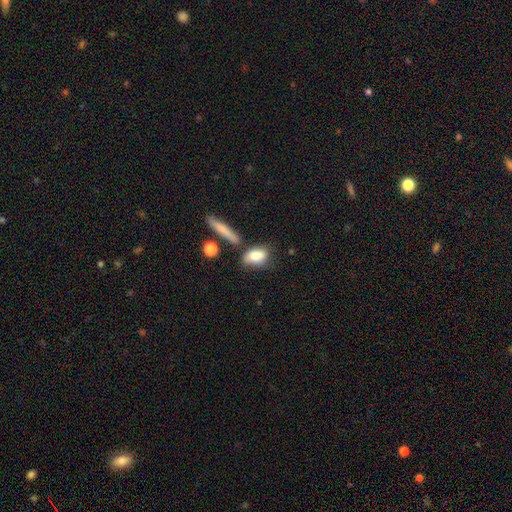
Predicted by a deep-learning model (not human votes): A smooth galaxy with no disk features (80%) that is in between round and cigar-shaped (81%).

Vote fractions:
- Smooth or featured? smooth: 80% / featured or disk: 13% / star or artifact: 7%
- How rounded? in between: 81% / round: 10% / cigar-shaped: 9%
- Merging? none: 53% / minor disturbance: 23% / merger: 15% / major disturbance: 9%